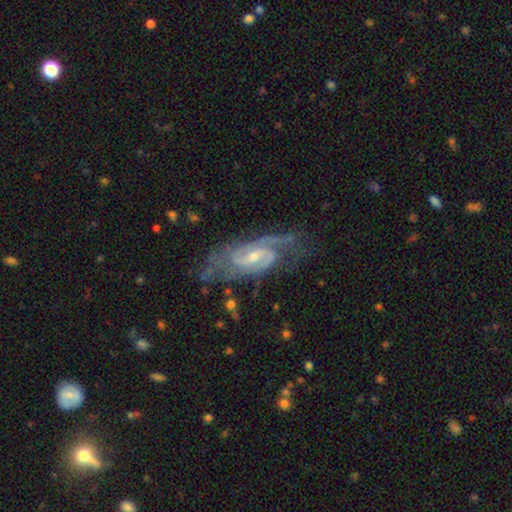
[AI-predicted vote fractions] Overall: featured or disk (90%). Edge-on disk: no (95%). Bar: weak (53%; no 28%). Spiral arms: yes (98%). Spiral arm count: 2 (77%). Spiral winding: medium (49%; tight 38%). Bulge size: small (58%; moderate 38%). Merging: none (64%).